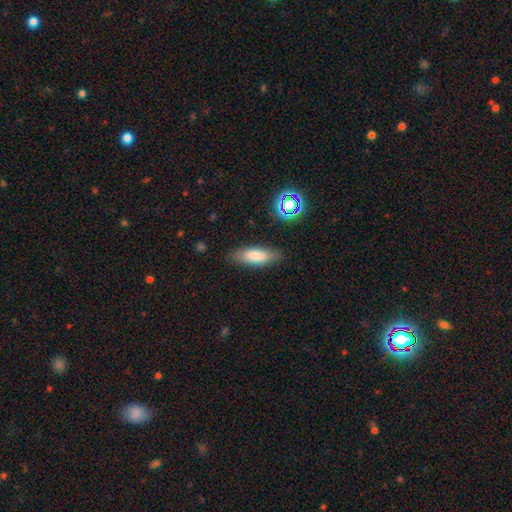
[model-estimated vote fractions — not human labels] This appears to be a smooth galaxy with no disk features (77%) that is in between round and cigar-shaped (60%). Merging: none (83%).